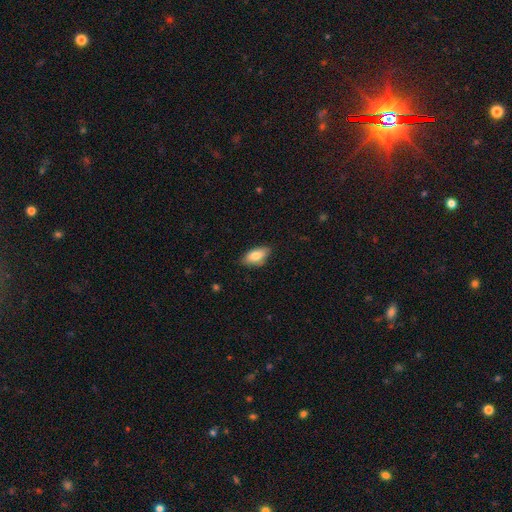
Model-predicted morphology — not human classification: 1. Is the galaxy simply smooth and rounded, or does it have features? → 80% smooth, 14% featured or disk, 7% star or artifact.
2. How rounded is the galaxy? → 90% in between, 7% cigar-shaped, 3% round.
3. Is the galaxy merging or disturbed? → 78% none, 18% minor disturbance, 3% major disturbance, 1% merger.